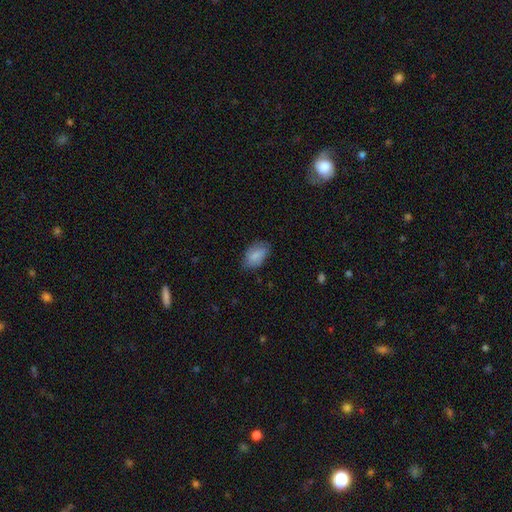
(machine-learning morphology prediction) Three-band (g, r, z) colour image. It shows a smooth galaxy with no disk features (84%) that is in between round and cigar-shaped (93%). Merging: none (75%).